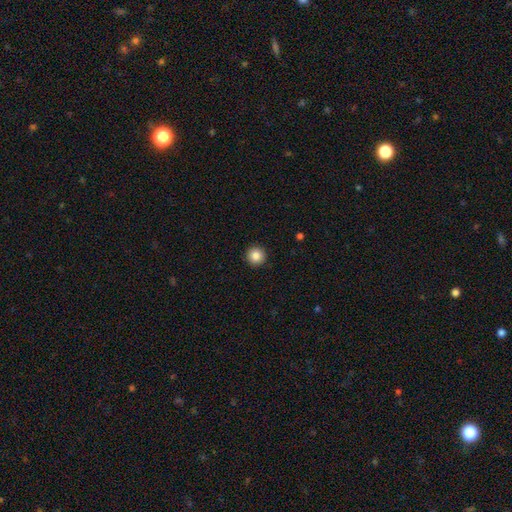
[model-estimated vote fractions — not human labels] Smooth or featured: smooth — 85% (star or artifact — 10%)
How rounded: round — 96% (in between — 3%)
Merging: none — 93% (minor disturbance — 4%)